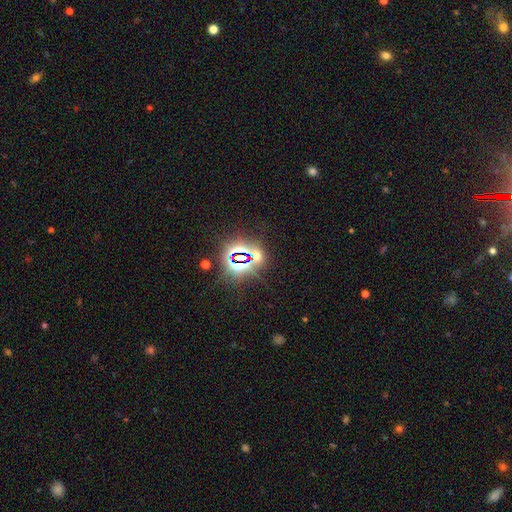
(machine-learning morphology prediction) Smooth or featured?
  - star or artifact: 68% *
  - smooth: 24%
  - featured or disk: 8%